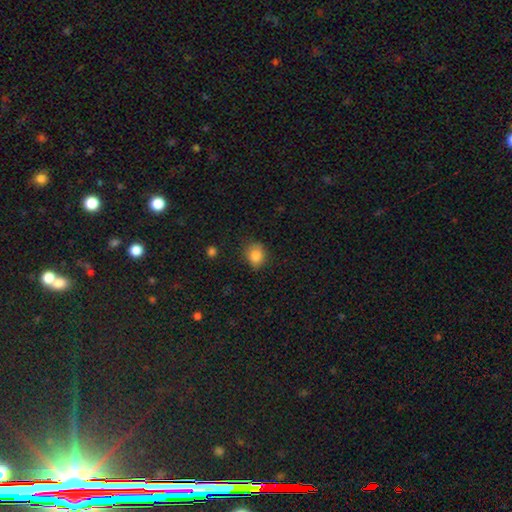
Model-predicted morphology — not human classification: Smooth or featured? smooth (85%)
How rounded? round (57%)
Merging? none (76%)